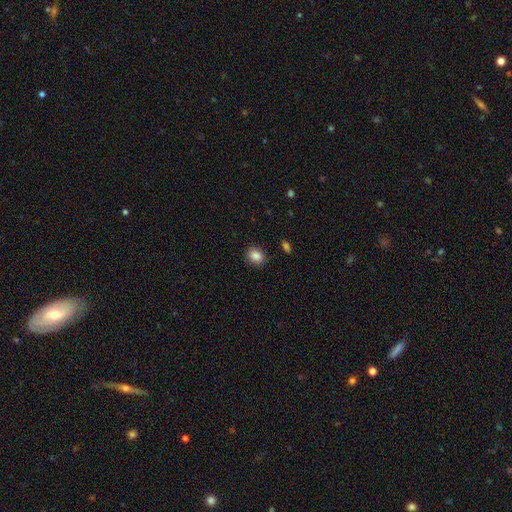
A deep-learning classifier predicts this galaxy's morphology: Overall: smooth (87%). How rounded: round (56%; in between 43%). Merging: none (88%).